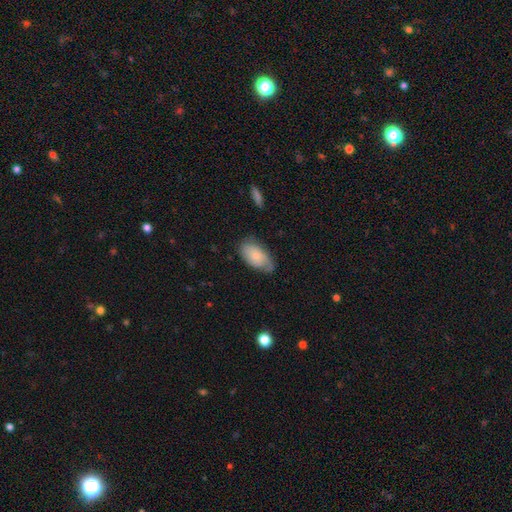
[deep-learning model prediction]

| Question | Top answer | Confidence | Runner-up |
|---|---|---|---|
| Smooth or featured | smooth | 57% | featured or disk (37%) |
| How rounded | in between | 93% | round (5%) |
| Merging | none | 61% | minor disturbance (29%) |